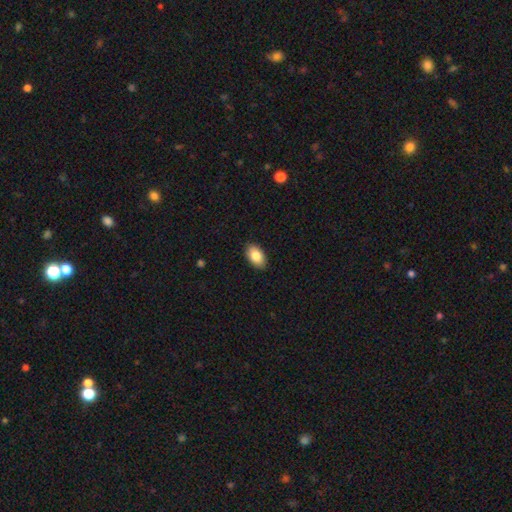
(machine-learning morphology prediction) Smooth or featured?
  - smooth: 84% *
  - featured or disk: 9%
  - star or artifact: 7%
How rounded?
  - in between: 93% *
  - round: 5%
  - cigar-shaped: 2%
Merging?
  - none: 89% *
  - minor disturbance: 9%
  - major disturbance: 2%
  - merger: 1%